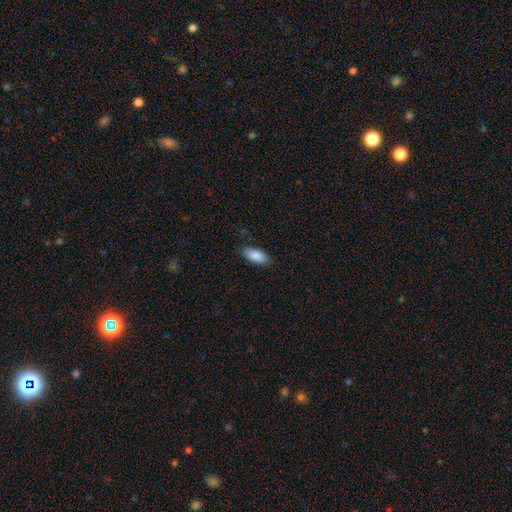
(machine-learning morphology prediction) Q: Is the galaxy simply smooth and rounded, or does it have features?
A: smooth — 88%.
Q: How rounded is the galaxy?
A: in between — 87%.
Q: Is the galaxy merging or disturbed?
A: none — 85%.